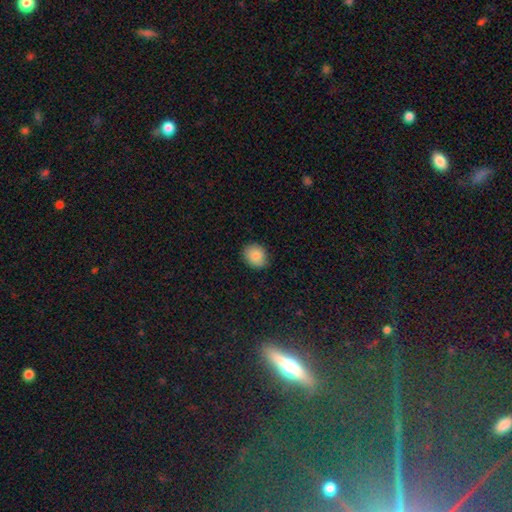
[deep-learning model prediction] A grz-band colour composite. It shows a smooth galaxy with no disk features (86%) that is round (60%). Merging: none (85%).